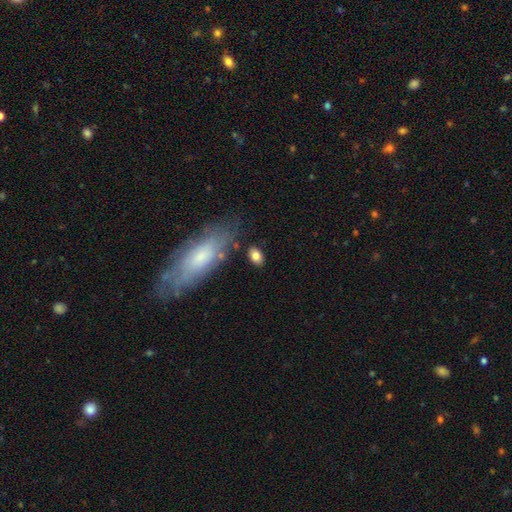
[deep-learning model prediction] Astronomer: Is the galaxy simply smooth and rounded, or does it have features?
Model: smooth — 81%.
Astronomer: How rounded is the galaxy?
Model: in between — 86%.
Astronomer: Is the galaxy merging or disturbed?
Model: none — 77%.